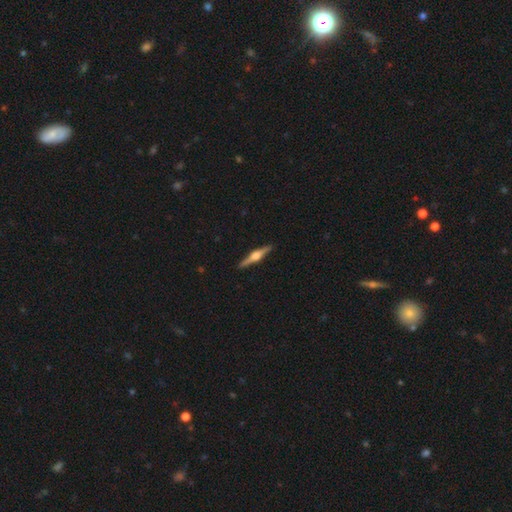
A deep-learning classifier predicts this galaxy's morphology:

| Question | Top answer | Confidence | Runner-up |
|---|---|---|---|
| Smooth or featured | featured or disk | 80% | smooth (15%) |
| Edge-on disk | yes | 98% | no (2%) |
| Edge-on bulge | rounded | 92% | boxy (6%) |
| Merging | none | 92% | minor disturbance (6%) |